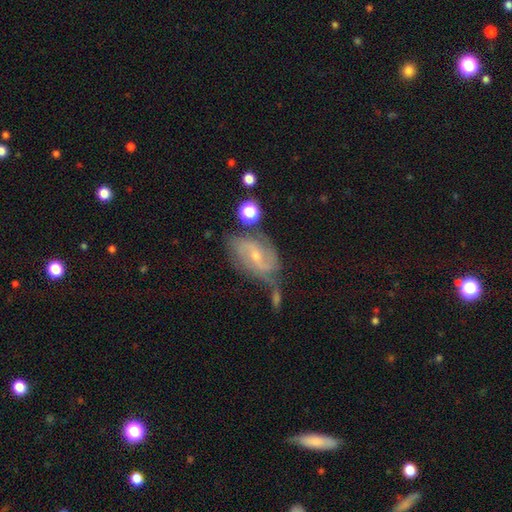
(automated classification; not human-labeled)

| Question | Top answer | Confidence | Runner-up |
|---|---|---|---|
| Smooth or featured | featured or disk | 79% | smooth (13%) |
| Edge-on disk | no | 96% | yes (4%) |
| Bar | weak | 48% | no (34%) |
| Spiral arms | yes | 92% | no (8%) |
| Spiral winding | medium | 45% | tight (28%) |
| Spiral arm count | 2 | 71% | can't tell (15%) |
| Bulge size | small | 65% | moderate (31%) |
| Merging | none | 50% | minor disturbance (23%) |